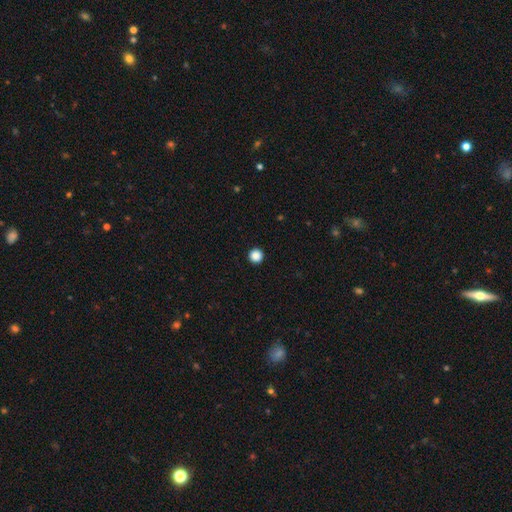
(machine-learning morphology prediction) type=smooth (88%); roundness=round (97%); merging=none (94%).